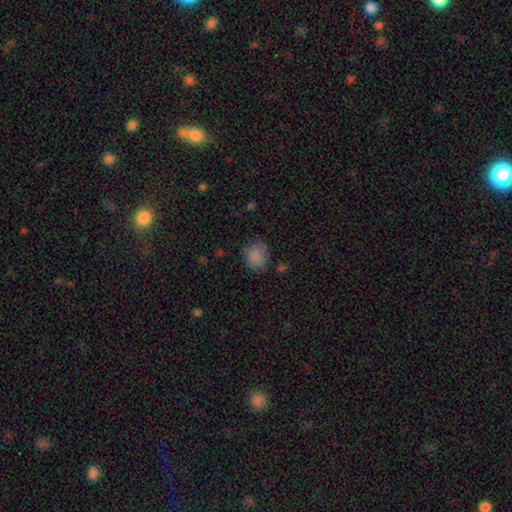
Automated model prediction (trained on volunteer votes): Overall: smooth (84%). How rounded: round (63%; in between 36%). Merging: none (75%).